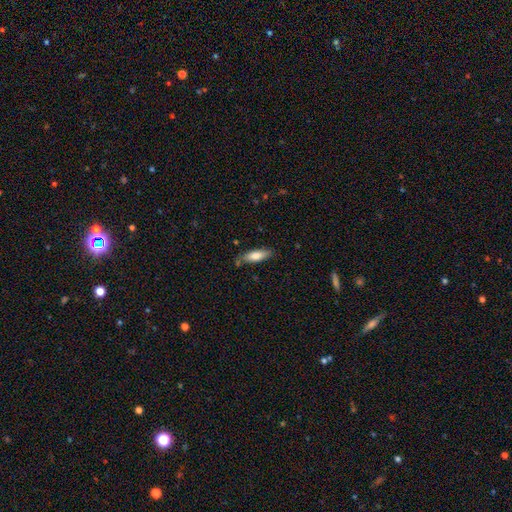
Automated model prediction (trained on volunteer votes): smooth-or-featured: smooth: 76% | featured or disk: 18% | star or artifact: 6%
  how-rounded: in between: 58% | cigar-shaped: 40% | round: 2%
  merging: none: 76% | minor disturbance: 17% | merger: 5% | major disturbance: 3%